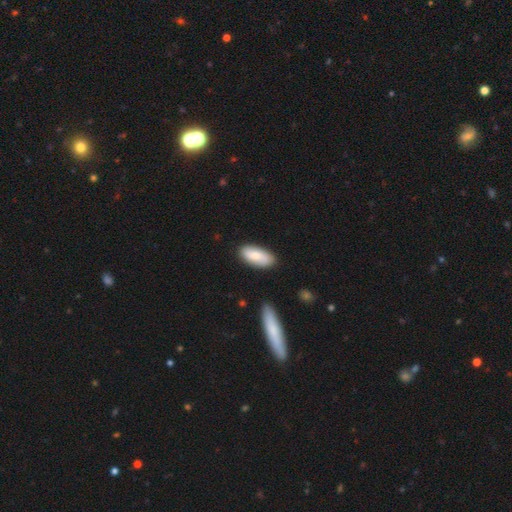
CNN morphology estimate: smooth 77%, featured or disk 18%, star or artifact 6%. Down the decision tree: how rounded — in between (88%); merging — none (83%).